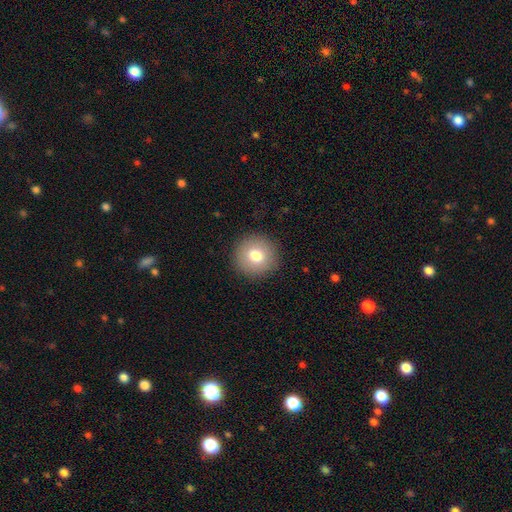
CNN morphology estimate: This is likely a smooth galaxy (78%). How rounded: clearly round (94%). Merging: clearly none (91%).